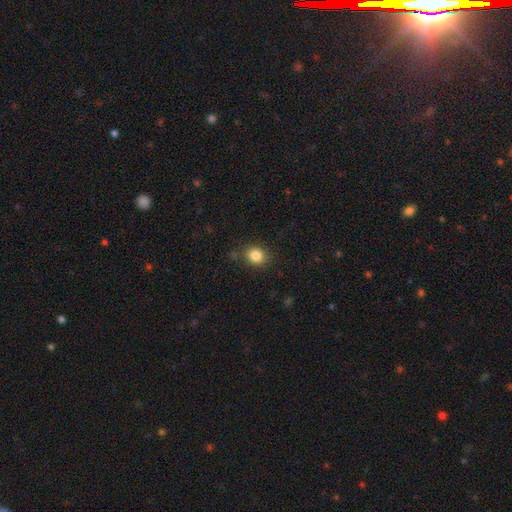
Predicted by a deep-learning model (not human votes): A smooth galaxy with no disk features (84%) that is round (64%).

Vote fractions:
- Smooth or featured? smooth: 84% / star or artifact: 11% / featured or disk: 6%
- How rounded? round: 64% / in between: 35% / cigar-shaped: 1%
- Merging? none: 84% / minor disturbance: 11% / major disturbance: 3% / merger: 2%